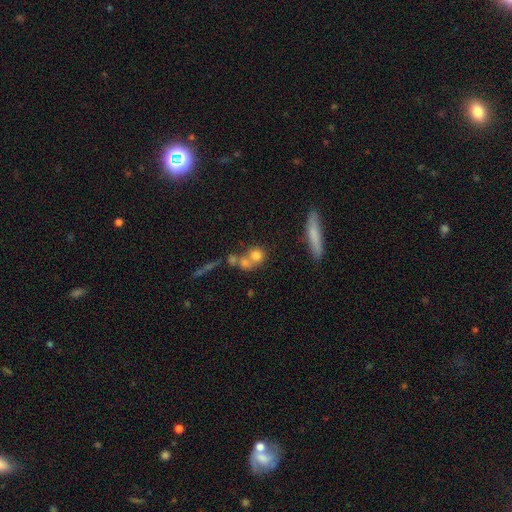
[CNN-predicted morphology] This appears to be a smooth galaxy with no disk features (71%) that is round (78%). Merging: merger (47%).